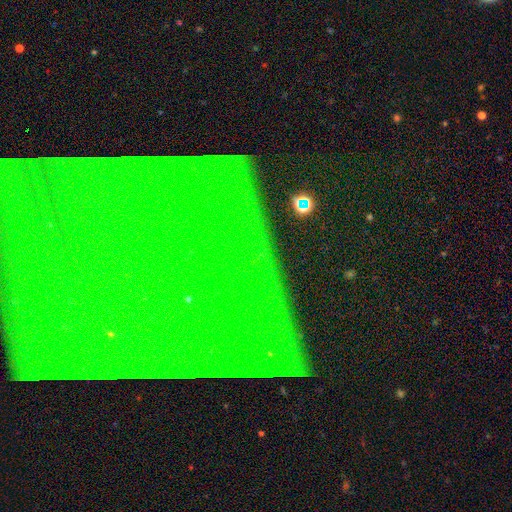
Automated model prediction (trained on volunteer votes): smooth_or_featured: star or artifact (p=0.82) [alt: featured or disk p=0.09]